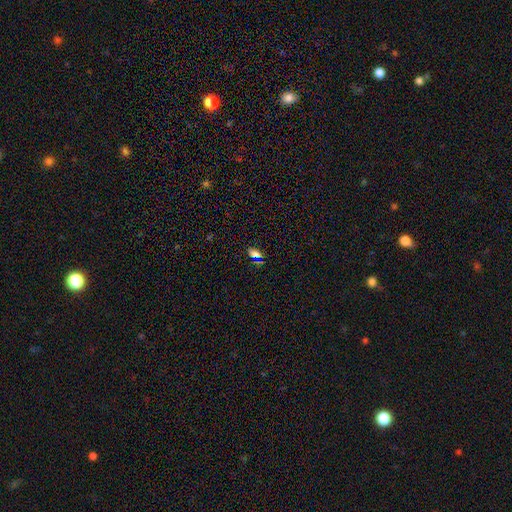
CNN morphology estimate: The model was most divided on "smooth or featured": smooth: 50%, star or artifact: 39%, featured or disk: 12%. More confident: merging — none (82%).